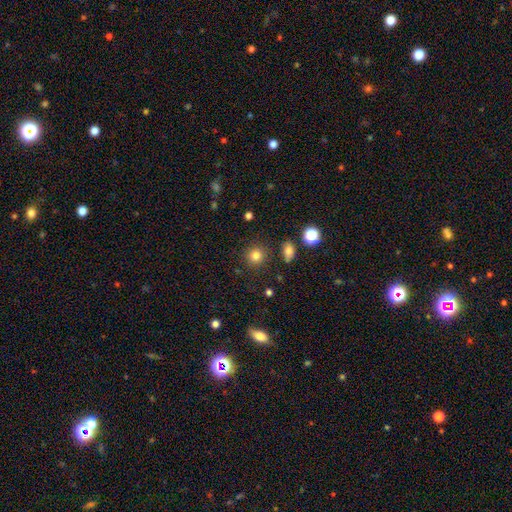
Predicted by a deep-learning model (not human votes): Q: Smooth or featured?
A: smooth (81%); runner-up: star or artifact (13%)
Q: How rounded?
A: round (89%); runner-up: in between (10%)
Q: Merging?
A: none (87%); runner-up: minor disturbance (8%)